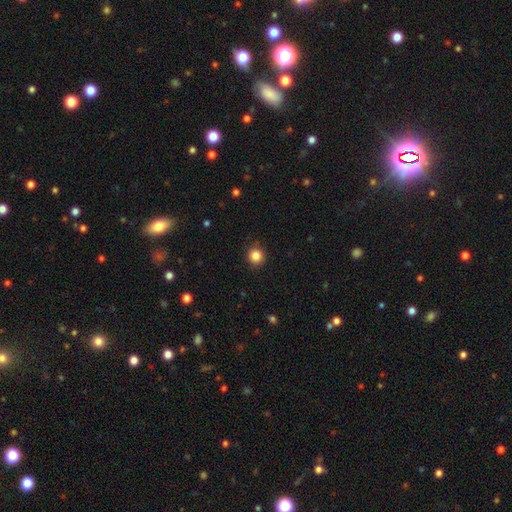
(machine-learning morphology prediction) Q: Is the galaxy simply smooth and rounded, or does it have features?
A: smooth — 85%.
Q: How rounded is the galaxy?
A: round — 94%.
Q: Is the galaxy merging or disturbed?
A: none — 90%.